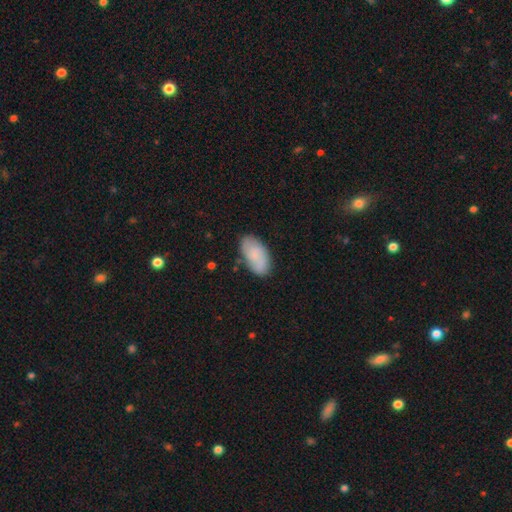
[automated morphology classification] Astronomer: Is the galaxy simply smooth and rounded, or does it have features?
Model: smooth — 74%.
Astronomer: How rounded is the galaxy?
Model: in between — 95%.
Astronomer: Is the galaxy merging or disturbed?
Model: none — 80%.